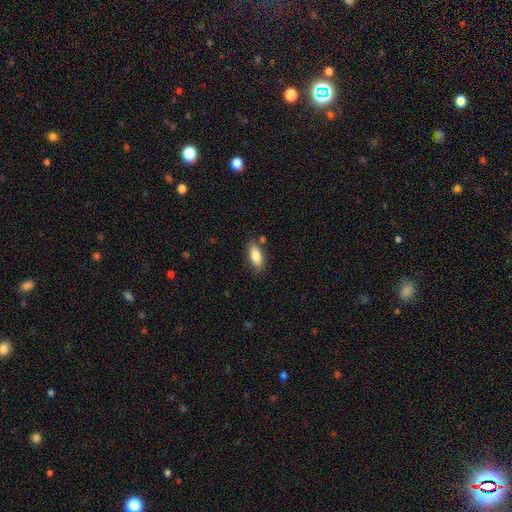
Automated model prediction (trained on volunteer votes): smooth-or-featured: smooth: 82% | featured or disk: 11% | star or artifact: 7%
  how-rounded: in between: 83% | cigar-shaped: 14% | round: 2%
  merging: none: 81% | minor disturbance: 13% | merger: 4% | major disturbance: 3%